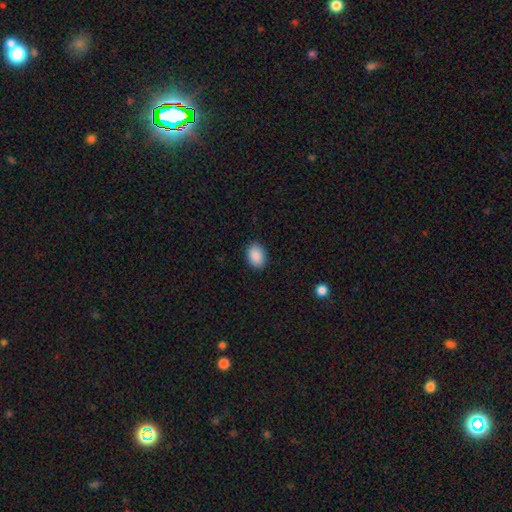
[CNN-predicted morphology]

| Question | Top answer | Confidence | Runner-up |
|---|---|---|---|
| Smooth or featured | smooth | 90% | star or artifact (7%) |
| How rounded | in between | 81% | round (18%) |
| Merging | none | 88% | minor disturbance (9%) |